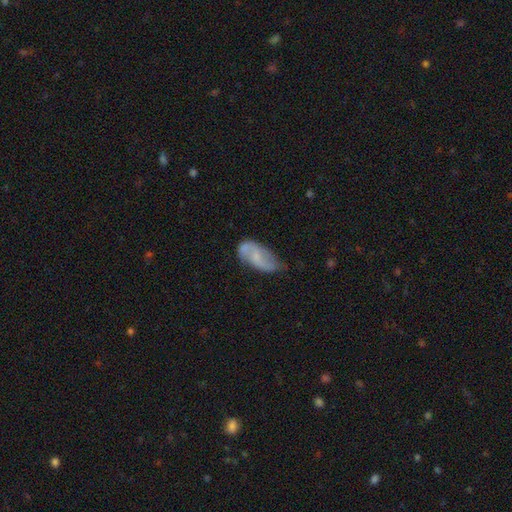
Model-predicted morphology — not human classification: This appears to be a featured or disk galaxy (54%) with no bar (50%), spiral arms (80%) and a small central bulge (45%). Merging: none (51%).